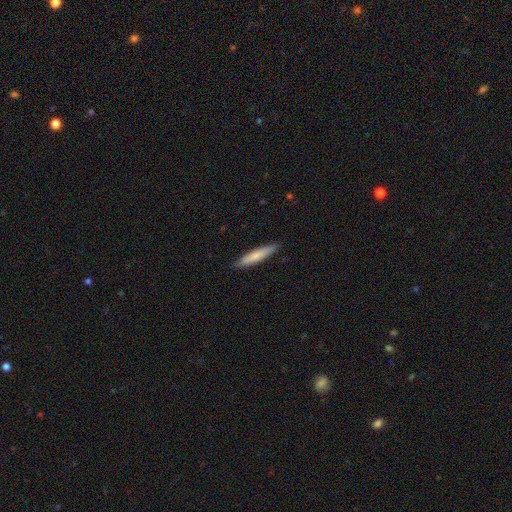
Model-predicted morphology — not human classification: Smooth or featured: smooth — 74% (featured or disk — 20%)
How rounded: cigar-shaped — 91% (in between — 8%)
Merging: none — 90% (minor disturbance — 8%)